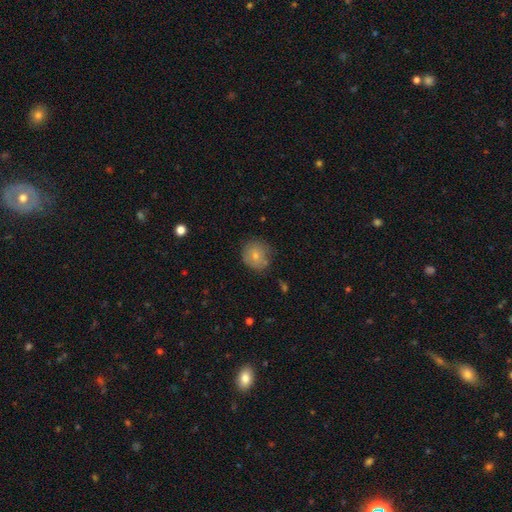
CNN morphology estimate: Smooth or featured?
  - smooth: 76% *
  - featured or disk: 16%
  - star or artifact: 8%
How rounded?
  - round: 82% *
  - in between: 17%
  - cigar-shaped: 1%
Merging?
  - none: 68% *
  - minor disturbance: 23%
  - major disturbance: 6%
  - merger: 3%